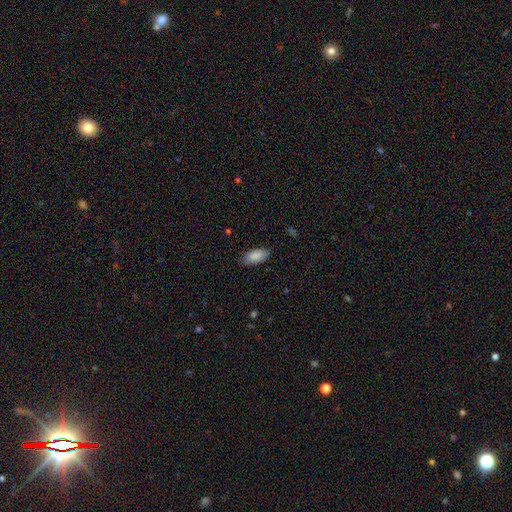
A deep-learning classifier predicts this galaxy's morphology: smooth-or-featured: smooth: 88% | star or artifact: 6% | featured or disk: 6%
  how-rounded: in between: 92% | cigar-shaped: 6% | round: 2%
  merging: none: 82% | minor disturbance: 14% | major disturbance: 3% | merger: 1%